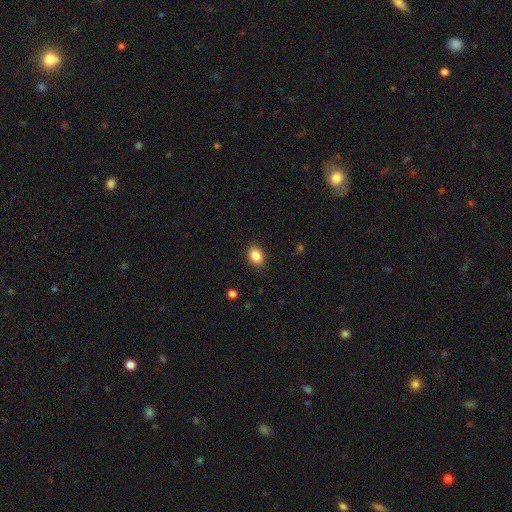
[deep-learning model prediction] Q: Smooth or featured?
A: smooth (87%); runner-up: star or artifact (9%)
Q: How rounded?
A: in between (72%); runner-up: round (27%)
Q: Merging?
A: none (88%); runner-up: minor disturbance (8%)